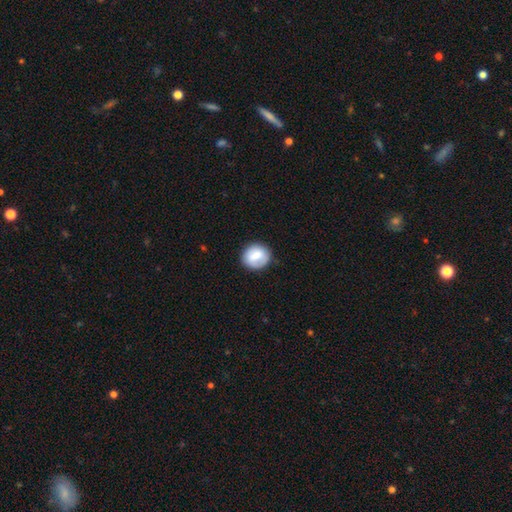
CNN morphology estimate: Smooth or featured: smooth — 76% (featured or disk — 17%)
How rounded: round — 81% (in between — 18%)
Merging: none — 82% (minor disturbance — 13%)